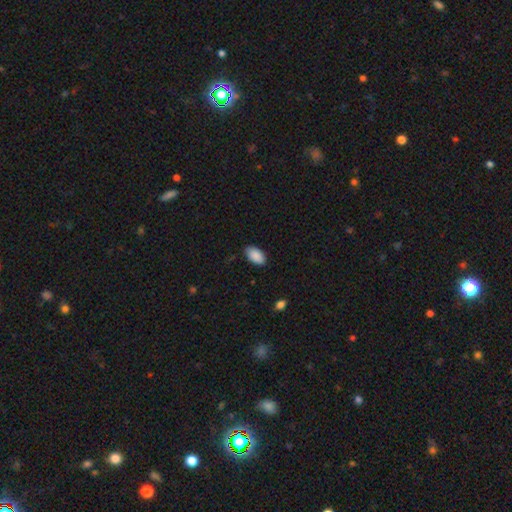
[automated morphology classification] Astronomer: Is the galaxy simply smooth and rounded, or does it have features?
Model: smooth — 90%.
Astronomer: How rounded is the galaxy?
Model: in between — 94%.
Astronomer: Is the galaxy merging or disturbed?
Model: none — 84%.